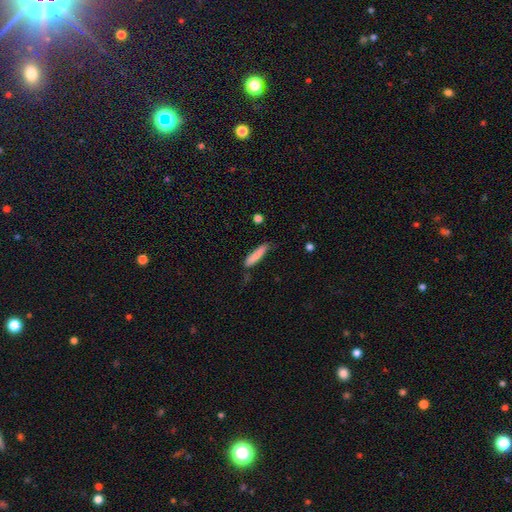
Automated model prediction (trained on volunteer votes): This appears to be a smooth galaxy with no disk features (84%) that is cigar-shaped (83%). Merging: none (68%).